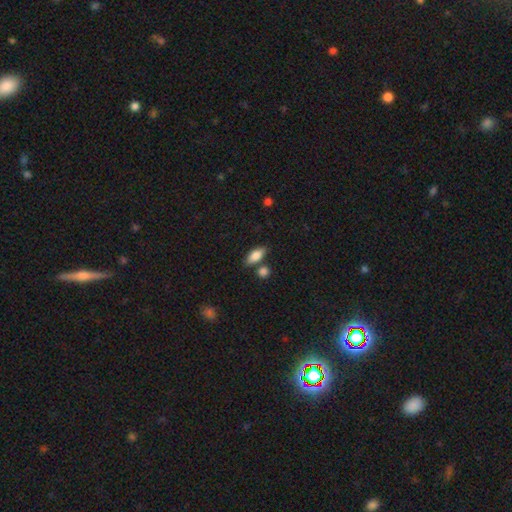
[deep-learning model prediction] Smooth or featured? Predicted: smooth (p=0.81). How rounded? Predicted: in between (p=0.82). Merging? Predicted: none (p=0.74).